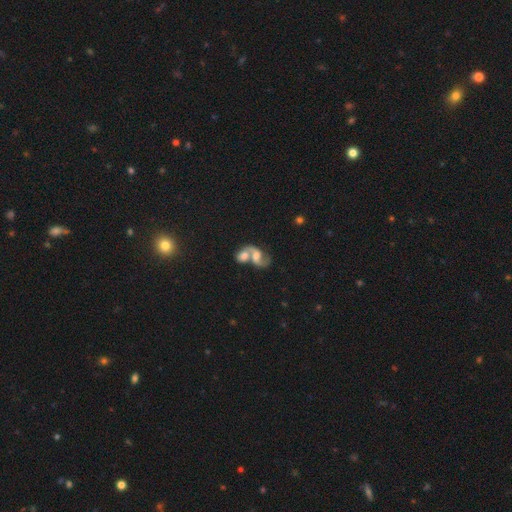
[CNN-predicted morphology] This appears to be a featured or disk galaxy (69%) with no bar (47%), 2 (86%) loose (58%) spiral arms (87%) and a moderate central bulge (47%). Merging: merger (69%).